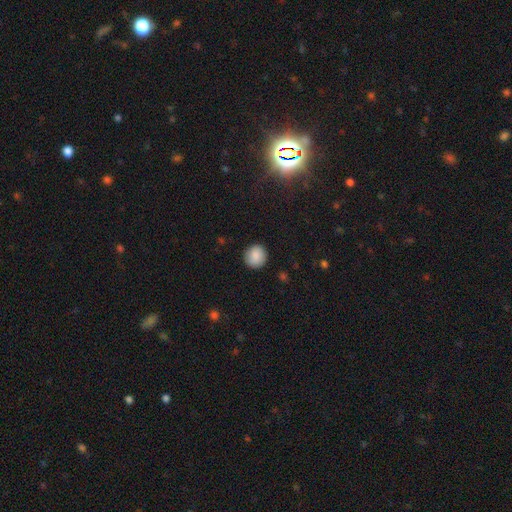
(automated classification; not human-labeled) Smooth or featured? Predicted: smooth (p=0.86). How rounded? Predicted: round (p=0.92). Merging? Predicted: none (p=0.89).